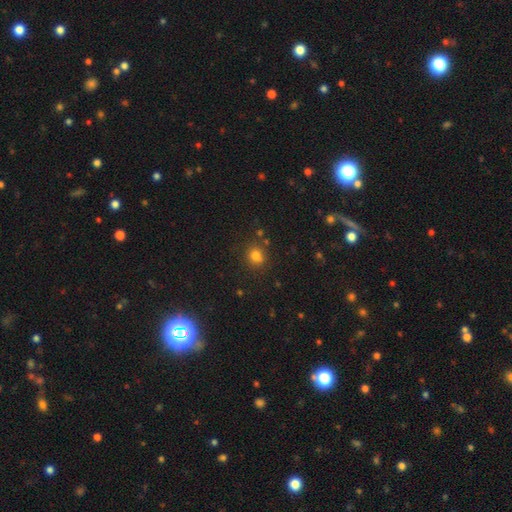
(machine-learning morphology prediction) Smooth or featured: smooth — 78% (star or artifact — 15%)
How rounded: round — 74% (in between — 25%)
Merging: none — 74% (minor disturbance — 13%)